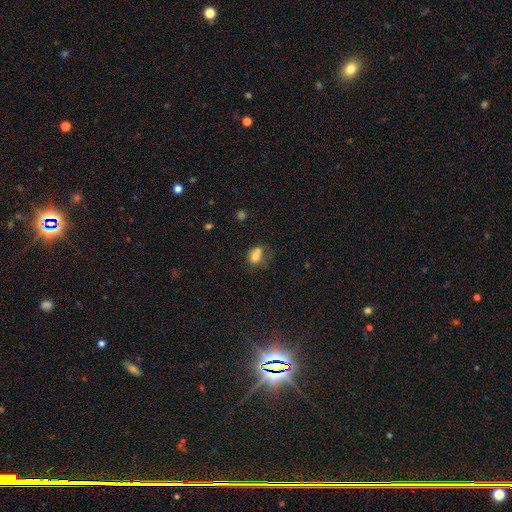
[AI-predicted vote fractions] smooth 74%, featured or disk 14%, star or artifact 12%. Down the decision tree: how rounded — in between (55%); merging — none (34%).